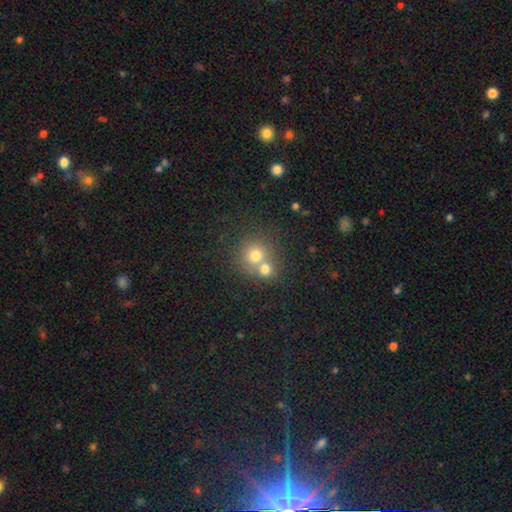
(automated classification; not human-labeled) A smooth galaxy with no disk features (71%) that is round (86%). Merging: merger (52%).